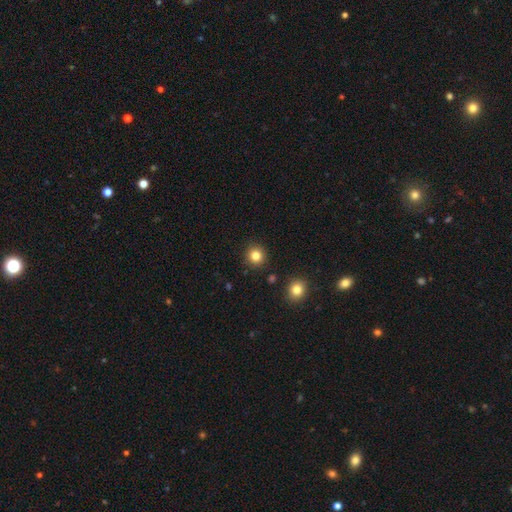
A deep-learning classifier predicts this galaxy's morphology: A smooth galaxy with no disk features (83%) that is round (92%).

Vote fractions:
- Smooth or featured? smooth: 83% / star or artifact: 12% / featured or disk: 5%
- How rounded? round: 92% / in between: 7% / cigar-shaped: 1%
- Merging? none: 90% / minor disturbance: 6% / merger: 2% / major disturbance: 2%